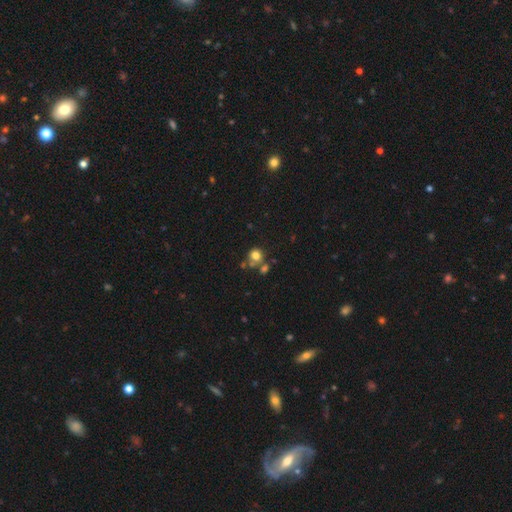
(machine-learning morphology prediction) Smooth or featured? smooth (75%)
How rounded? round (86%)
Merging? none (55%)